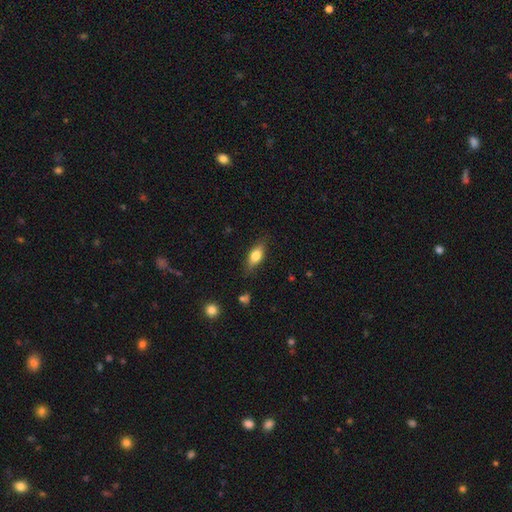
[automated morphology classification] A smooth galaxy with no disk features (69%) that is in between round and cigar-shaped (74%). Merging: none (81%).